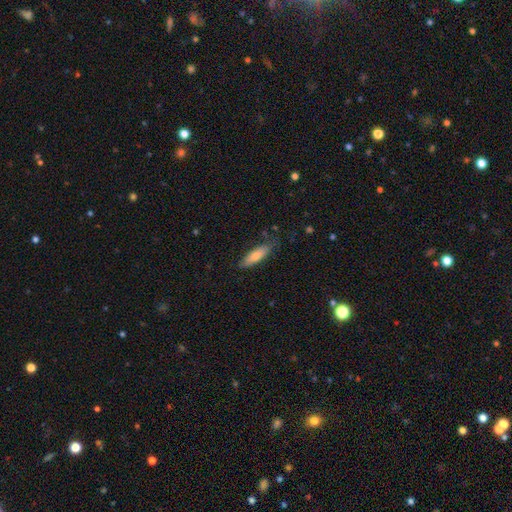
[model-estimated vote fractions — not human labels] This appears to be a smooth galaxy with no disk features (72%) that is cigar-shaped (63%). Merging: none (78%).